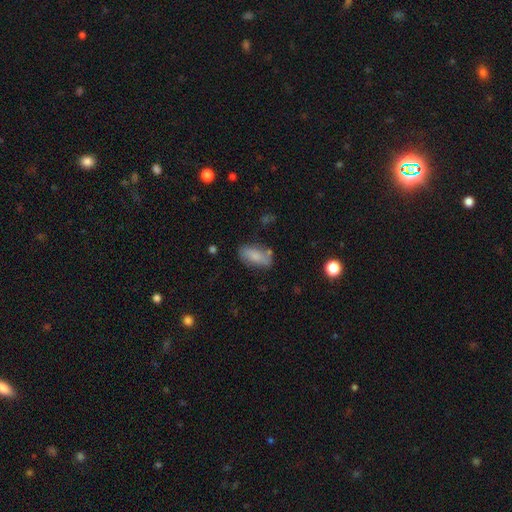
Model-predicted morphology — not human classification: smooth 77%, featured or disk 15%, star or artifact 8%. Down the decision tree: how rounded — in between (84%); merging — none (68%).